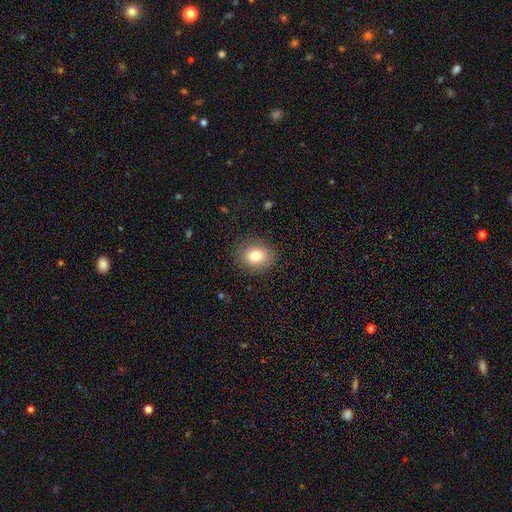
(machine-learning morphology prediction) Smooth or featured?
  - smooth: 80% *
  - star or artifact: 10%
  - featured or disk: 10%
How rounded?
  - round: 54% *
  - in between: 45%
  - cigar-shaped: 1%
Merging?
  - none: 87% *
  - minor disturbance: 9%
  - major disturbance: 3%
  - merger: 1%